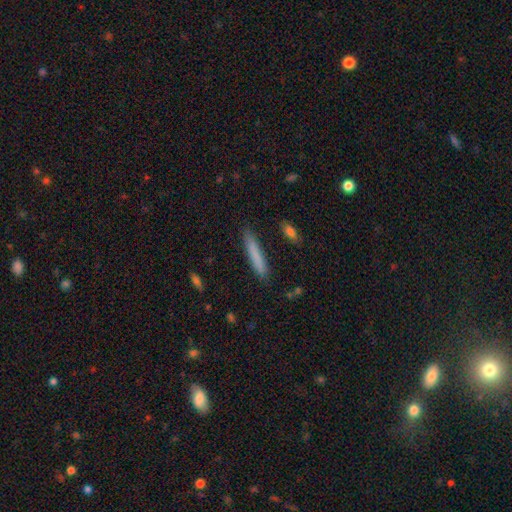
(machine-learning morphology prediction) Smooth or featured? smooth (80%)
How rounded? cigar-shaped (93%)
Merging? none (88%)